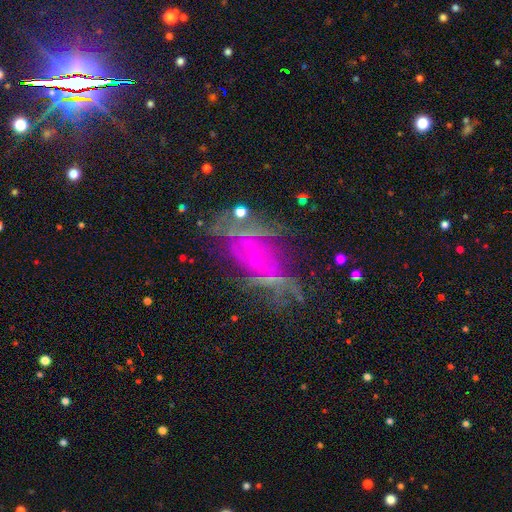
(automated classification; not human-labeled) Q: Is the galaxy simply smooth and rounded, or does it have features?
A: featured or disk — 64%.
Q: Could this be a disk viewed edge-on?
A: no — 92%.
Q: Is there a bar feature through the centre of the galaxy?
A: no — 45%.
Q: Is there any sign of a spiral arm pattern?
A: yes — 66%.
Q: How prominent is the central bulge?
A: small — 46%.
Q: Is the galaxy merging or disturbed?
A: none — 50%.